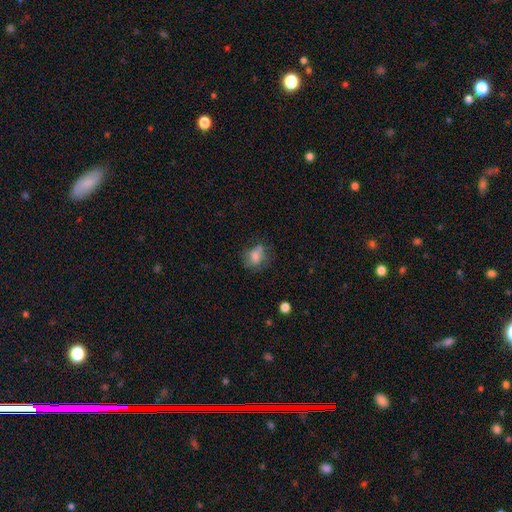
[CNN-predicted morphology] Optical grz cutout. It shows a smooth galaxy with no disk features (70%) that is in between round and cigar-shaped (54%). Merging: none (49%).